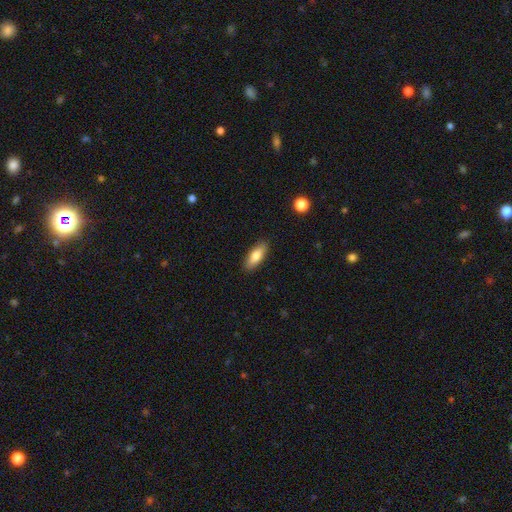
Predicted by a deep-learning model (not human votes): smooth 76%, featured or disk 17%, star or artifact 6%. Down the decision tree: how rounded — in between (71%); merging — none (88%).